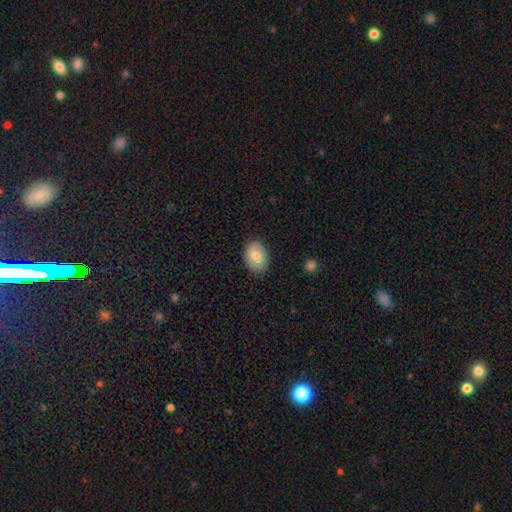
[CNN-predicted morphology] This appears to be a smooth galaxy with no disk features (76%) that is in between round and cigar-shaped (79%). Merging: none (84%).